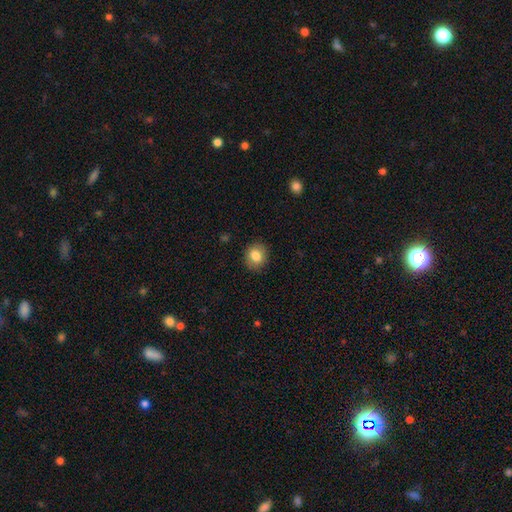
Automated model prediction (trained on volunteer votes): This appears to be a smooth galaxy with no disk features (83%) that is round (72%). Merging: none (86%).